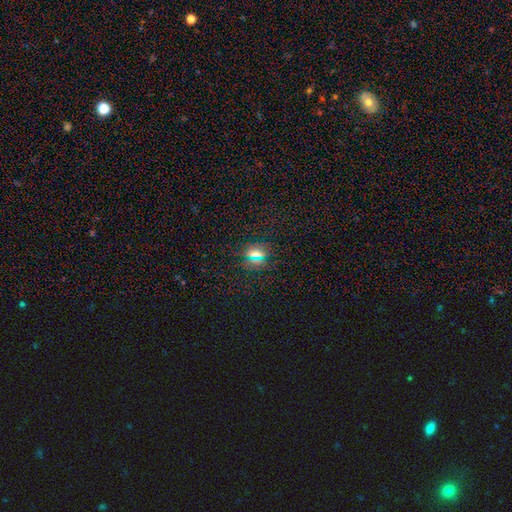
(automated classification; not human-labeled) Overall: smooth (47%; star or artifact 42%). Merging: none (84%).